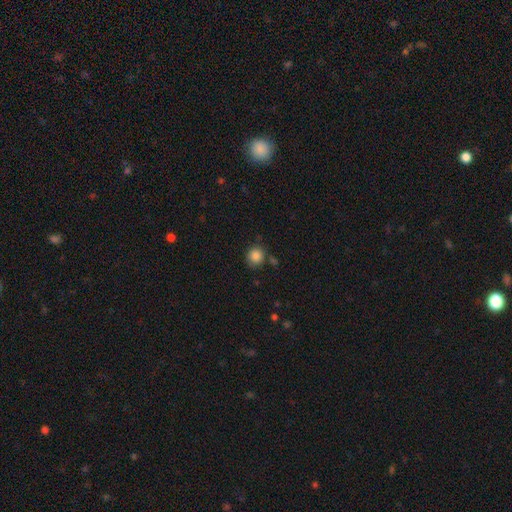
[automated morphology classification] A smooth galaxy with no disk features (86%) that is round (85%).

Vote fractions:
- Smooth or featured? smooth: 86% / star or artifact: 10% / featured or disk: 4%
- How rounded? round: 85% / in between: 14% / cigar-shaped: 1%
- Merging? none: 80% / minor disturbance: 12% / merger: 5% / major disturbance: 3%